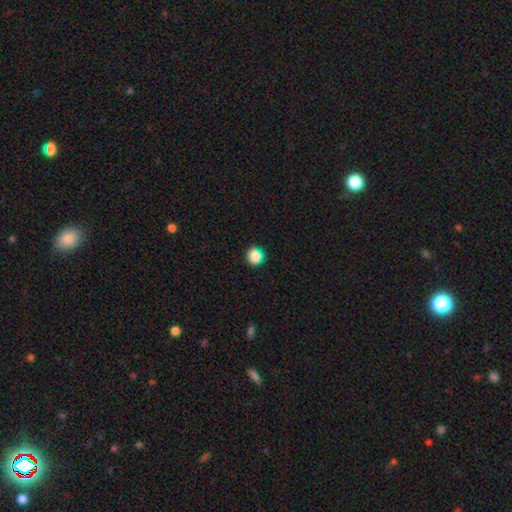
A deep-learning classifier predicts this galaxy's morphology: The model was most divided on "smooth or featured": smooth: 82%, star or artifact: 14%, featured or disk: 4%. More confident: how rounded — round (90%); merging — none (85%).